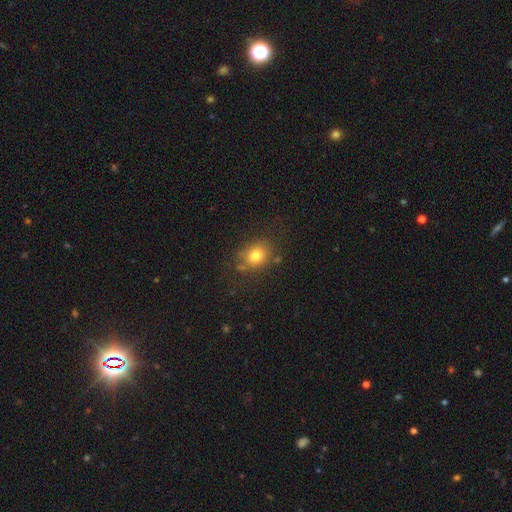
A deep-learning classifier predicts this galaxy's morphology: smooth-or-featured: smooth: 76% | star or artifact: 14% | featured or disk: 10%
  how-rounded: round: 61% | in between: 38% | cigar-shaped: 1%
  merging: none: 75% | minor disturbance: 15% | major disturbance: 5% | merger: 4%